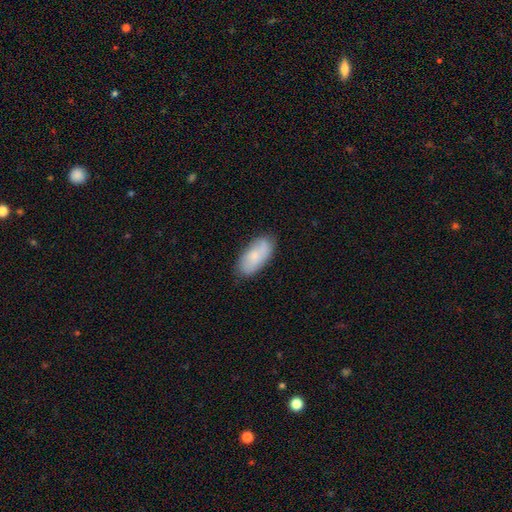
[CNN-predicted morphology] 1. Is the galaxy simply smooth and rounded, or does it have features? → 71% smooth, 23% featured or disk, 6% star or artifact.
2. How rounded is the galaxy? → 90% in between, 8% cigar-shaped, 2% round.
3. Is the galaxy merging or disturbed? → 77% none, 18% minor disturbance, 3% major disturbance, 2% merger.